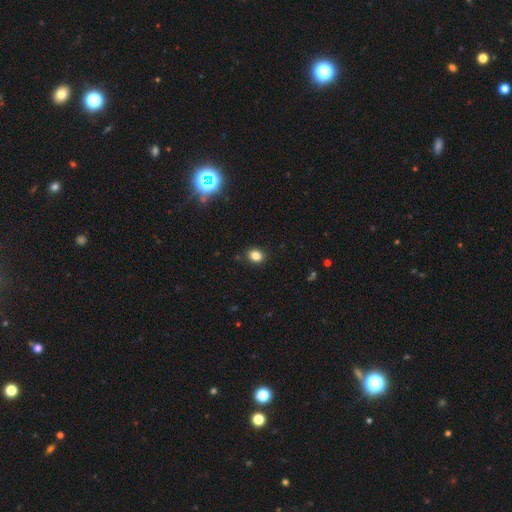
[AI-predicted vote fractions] smooth 83%, star or artifact 12%, featured or disk 5%. Down the decision tree: how rounded — in between (52%); merging — none (89%).